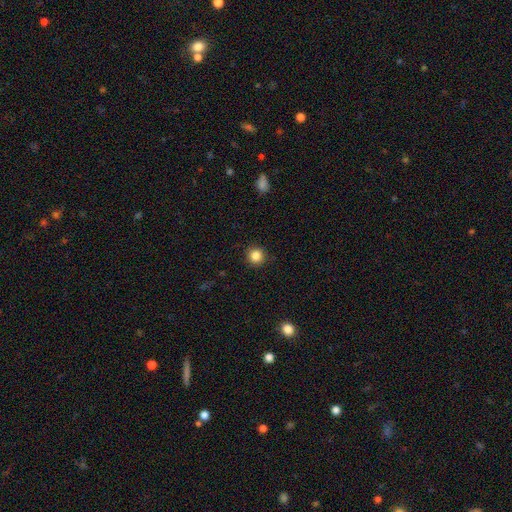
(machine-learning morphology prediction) A smooth galaxy with no disk features (85%) that is round (94%). Merging: none (91%).